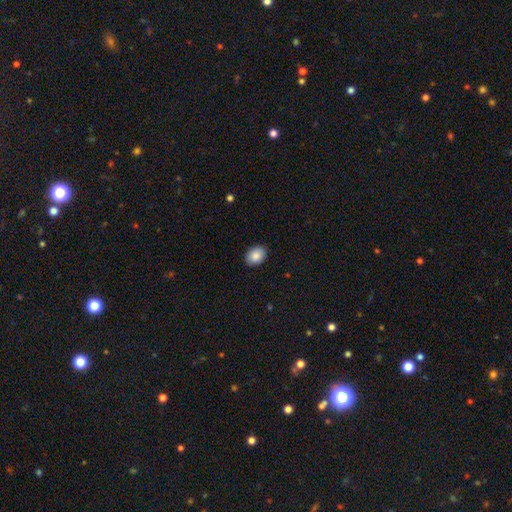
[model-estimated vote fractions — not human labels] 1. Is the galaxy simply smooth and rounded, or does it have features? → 88% smooth, 7% star or artifact, 5% featured or disk.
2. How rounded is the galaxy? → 72% in between, 27% round, 1% cigar-shaped.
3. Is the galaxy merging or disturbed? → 90% none, 8% minor disturbance, 2% major disturbance, 1% merger.